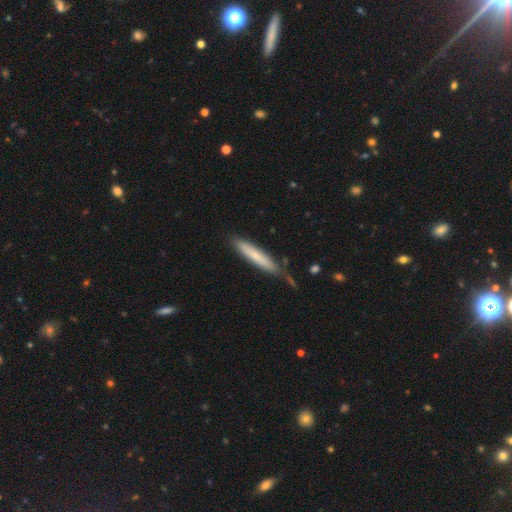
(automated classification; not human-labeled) smooth_or_featured: smooth (p=0.72) [alt: featured or disk p=0.23]
how_rounded: cigar-shaped (p=0.93) [alt: in between p=0.06]
merging: none (p=0.75) [alt: minor disturbance p=0.18]